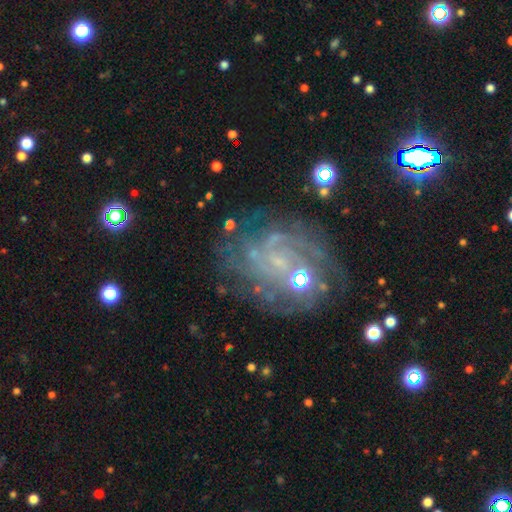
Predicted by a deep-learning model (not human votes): Smooth or featured? Predicted: featured or disk (p=0.75). Edge-on disk? Predicted: no (p=0.97). Bar? Predicted: no (p=0.66). Spiral arms? Predicted: yes (p=0.86). Spiral winding? Predicted: tight (p=0.58). Spiral arm count? Predicted: can't tell (p=0.44). Bulge size? Predicted: small (p=0.63). Merging? Predicted: none (p=0.65).